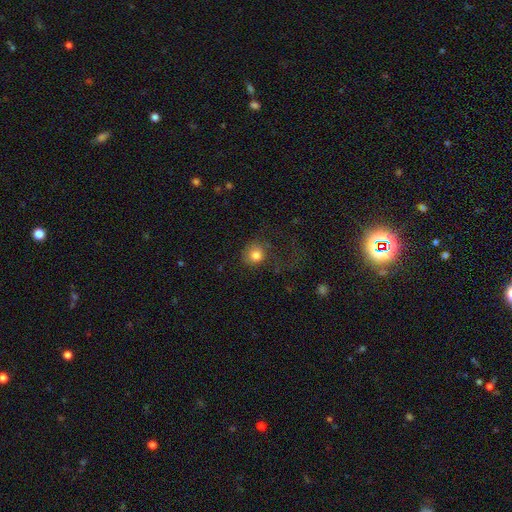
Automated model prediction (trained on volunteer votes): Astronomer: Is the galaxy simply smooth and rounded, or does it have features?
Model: smooth — 81%.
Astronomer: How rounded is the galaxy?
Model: round — 83%.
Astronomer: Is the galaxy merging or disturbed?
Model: none — 57%.